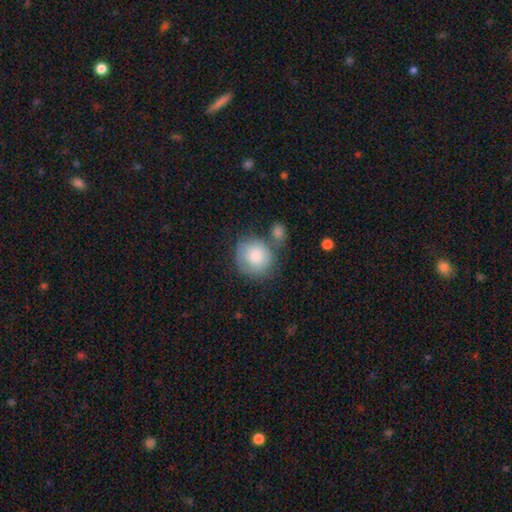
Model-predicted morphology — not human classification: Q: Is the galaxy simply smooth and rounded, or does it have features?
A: smooth — 77%.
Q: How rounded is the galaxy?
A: round — 87%.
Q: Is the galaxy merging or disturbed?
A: none — 49%.